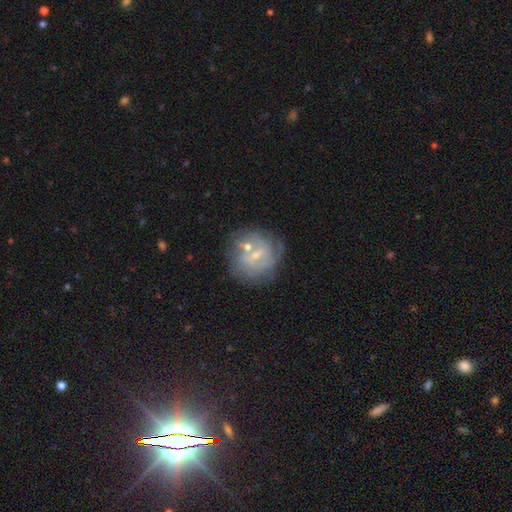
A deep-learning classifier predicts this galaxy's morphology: A featured or disk galaxy (60%) with no bar (47%), spiral arms (62%) and a small central bulge (68%).

Vote fractions:
- Smooth or featured? featured or disk: 60% / smooth: 29% / star or artifact: 11%
- Edge-on disk? no: 97% / yes: 3%
- Bar? no: 47% / weak: 43% / strong: 10%
- Spiral arms? yes: 62% / no: 38%
- Bulge size? small: 68% / moderate: 24% / none: 6% / large: 2% / dominant: 1%
- Merging? none: 56% / merger: 18% / minor disturbance: 17% / major disturbance: 9%